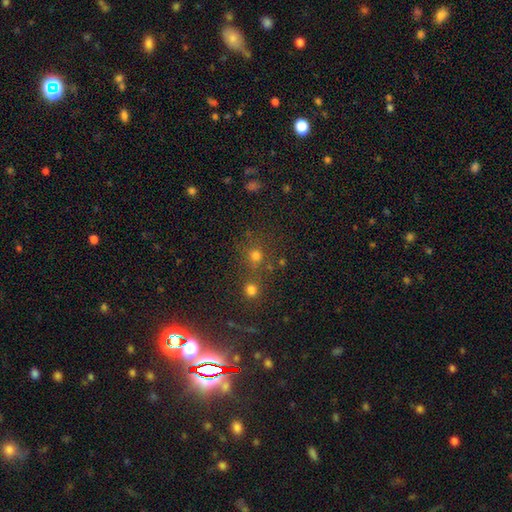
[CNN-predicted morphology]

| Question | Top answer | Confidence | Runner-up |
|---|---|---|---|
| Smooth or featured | smooth | 66% | star or artifact (25%) |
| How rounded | round | 87% | in between (11%) |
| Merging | none | 60% | merger (26%) |